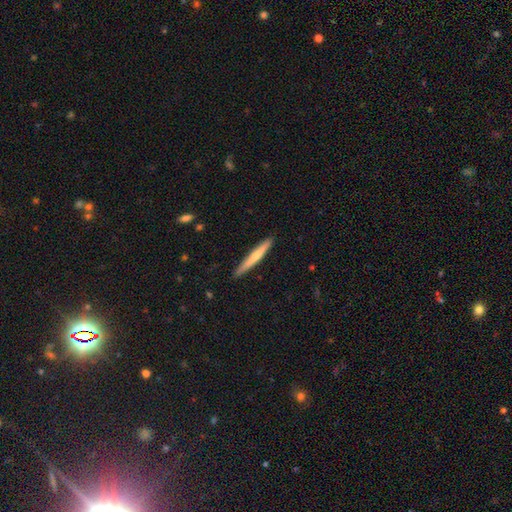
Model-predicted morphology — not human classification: smooth-or-featured: smooth: 54% | featured or disk: 41% | star or artifact: 5%
  how-rounded: cigar-shaped: 96% | in between: 3% | round: 1%
  merging: none: 89% | minor disturbance: 8% | major disturbance: 1% | merger: 1%